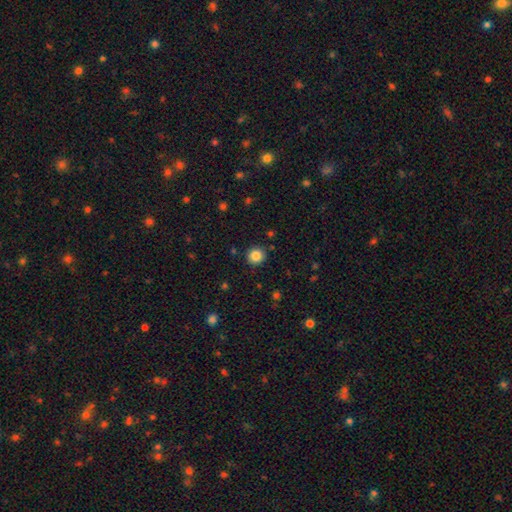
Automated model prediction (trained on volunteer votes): A smooth galaxy with no disk features (85%) that is round (93%).

Vote fractions:
- Smooth or featured? smooth: 85% / star or artifact: 11% / featured or disk: 4%
- How rounded? round: 93% / in between: 6% / cigar-shaped: 1%
- Merging? none: 90% / minor disturbance: 6% / major disturbance: 2% / merger: 2%